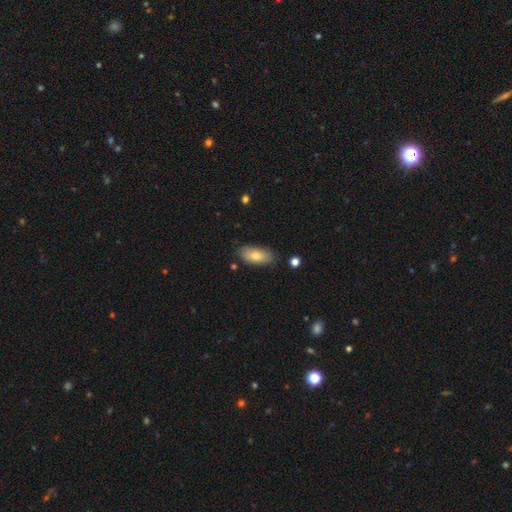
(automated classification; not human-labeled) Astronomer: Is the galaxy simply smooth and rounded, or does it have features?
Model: smooth — 78%.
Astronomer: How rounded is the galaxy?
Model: in between — 91%.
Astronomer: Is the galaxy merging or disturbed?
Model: none — 81%.